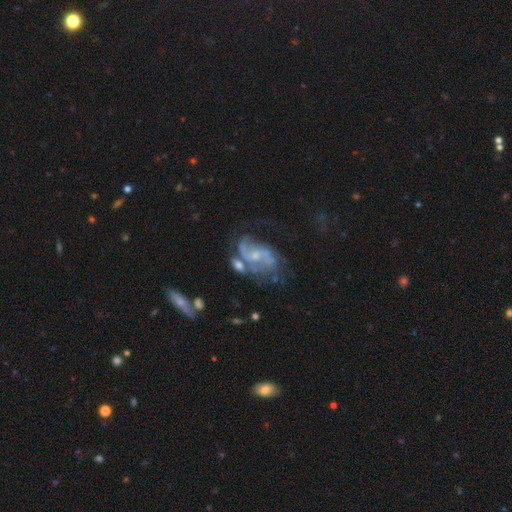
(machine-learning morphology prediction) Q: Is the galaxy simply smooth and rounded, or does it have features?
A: featured or disk — 82%.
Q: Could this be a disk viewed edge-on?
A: no — 97%.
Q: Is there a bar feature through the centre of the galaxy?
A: no — 60%.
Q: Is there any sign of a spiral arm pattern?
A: yes — 88%.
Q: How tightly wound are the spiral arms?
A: medium — 46%.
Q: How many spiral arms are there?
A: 2 — 61%.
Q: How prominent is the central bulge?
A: small — 62%.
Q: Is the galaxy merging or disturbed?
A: none — 37%.